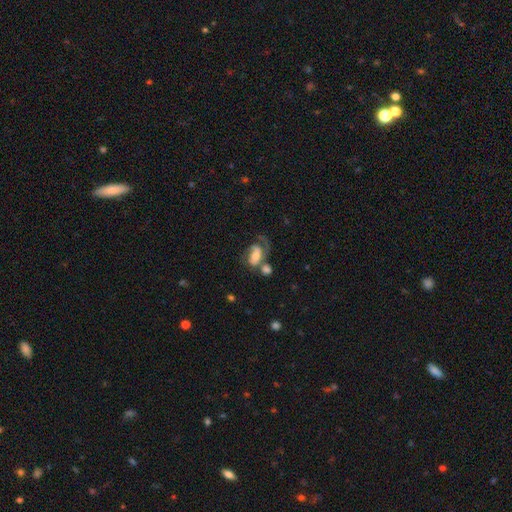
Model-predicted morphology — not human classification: This is likely a featured or disk galaxy (66%). It is clearly not viewed edge-on (96%). Bar: possibly no (48%). Spiral arm pattern: clearly yes (87%). Spiral arm count: possibly 2 (47%). Spiral winding: marginally medium (44%). Central bulge: possibly moderate (51%). Merging: marginally merger (31%).